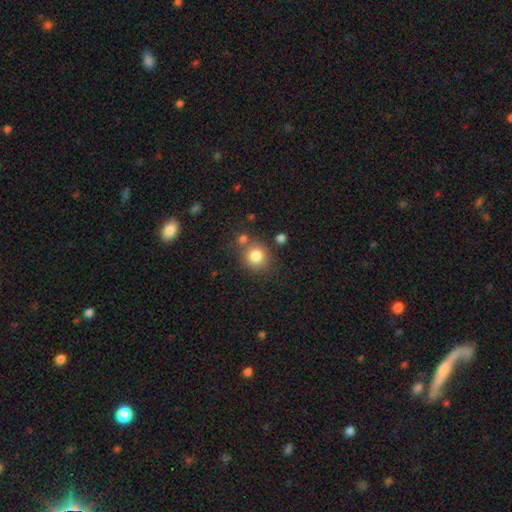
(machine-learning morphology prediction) A smooth galaxy with no disk features (83%) that is round (85%). Merging: none (71%).